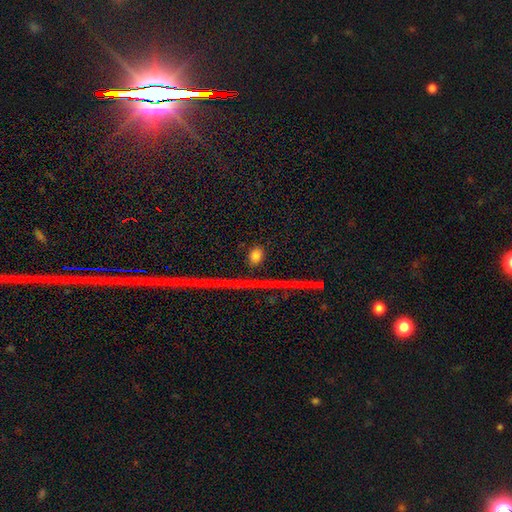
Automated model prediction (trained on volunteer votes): This is likely a smooth galaxy (72%). How rounded: likely round (69%). Merging: clearly none (87%).